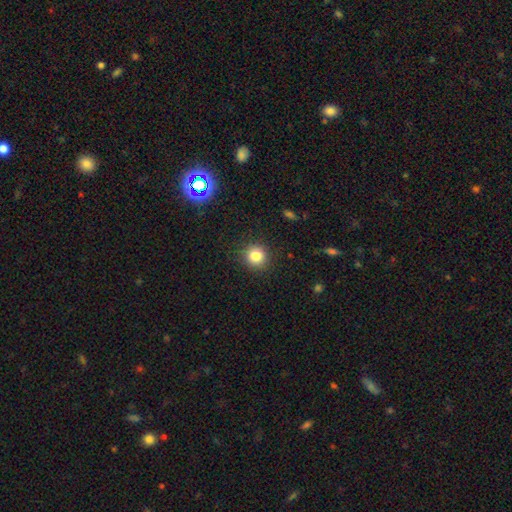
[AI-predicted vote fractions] This appears to be a smooth galaxy with no disk features (82%) that is round (92%). Merging: none (90%).